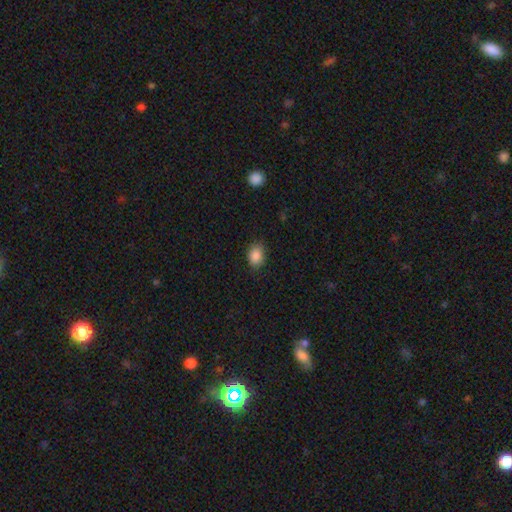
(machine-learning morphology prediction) The model was most divided on "how rounded": in between: 66%, round: 33%, cigar-shaped: 1%. More confident: smooth or featured — smooth (87%); merging — none (79%).